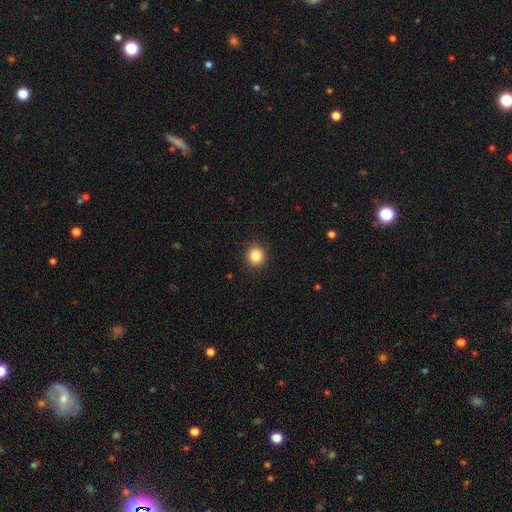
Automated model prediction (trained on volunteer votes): smooth_or_featured: smooth (p=0.85) [alt: star or artifact p=0.10]
how_rounded: round (p=0.91) [alt: in between p=0.08]
merging: none (p=0.92) [alt: minor disturbance p=0.06]